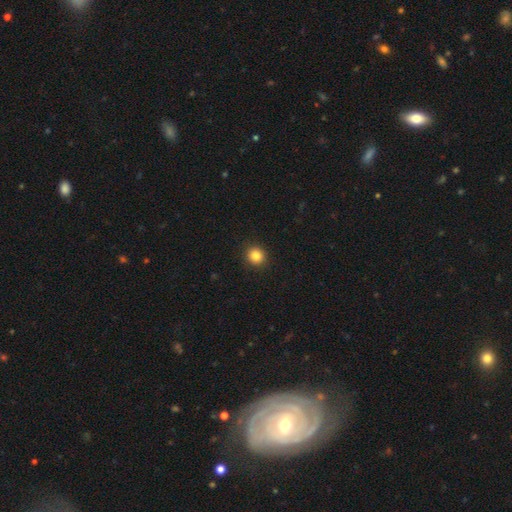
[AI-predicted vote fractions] This is clearly a smooth galaxy (85%). How rounded: clearly round (90%). Merging: clearly none (92%).